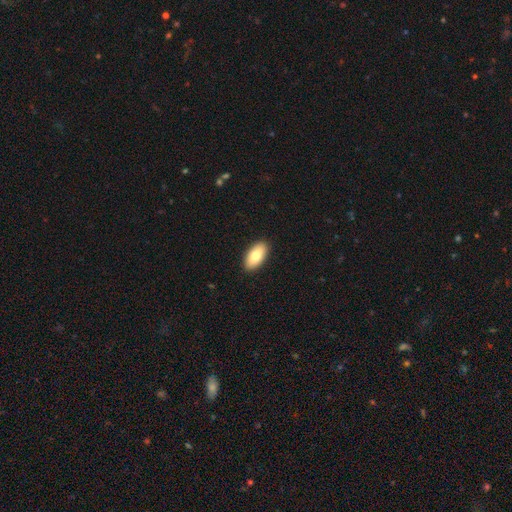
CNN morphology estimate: Smooth or featured? Predicted: smooth (p=0.79). How rounded? Predicted: in between (p=0.93). Merging? Predicted: none (p=0.91).